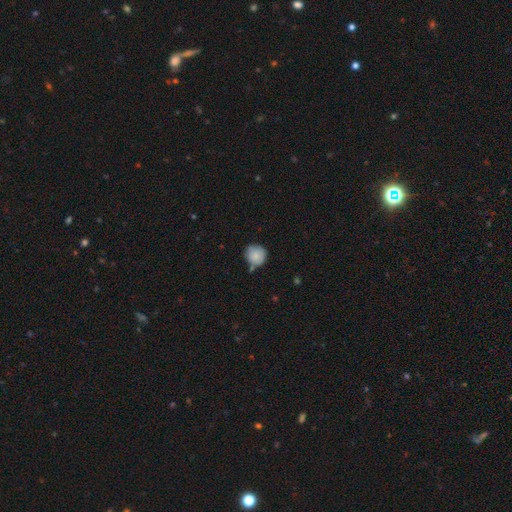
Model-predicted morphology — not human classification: Overall: smooth (84%). How rounded: round (91%). Merging: none (67%).